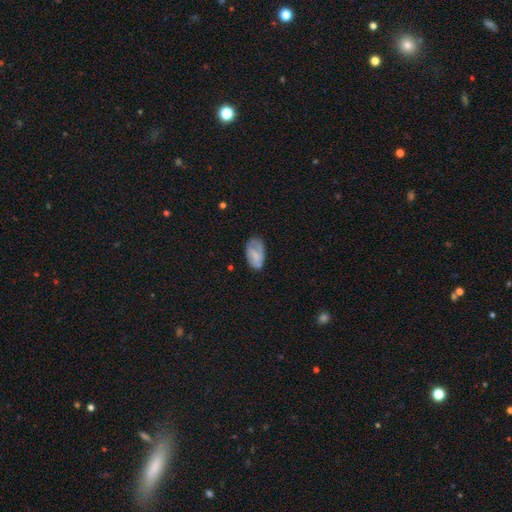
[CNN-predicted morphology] This is likely a smooth galaxy (61%). How rounded: clearly in between (92%). Merging: possibly none (53%).